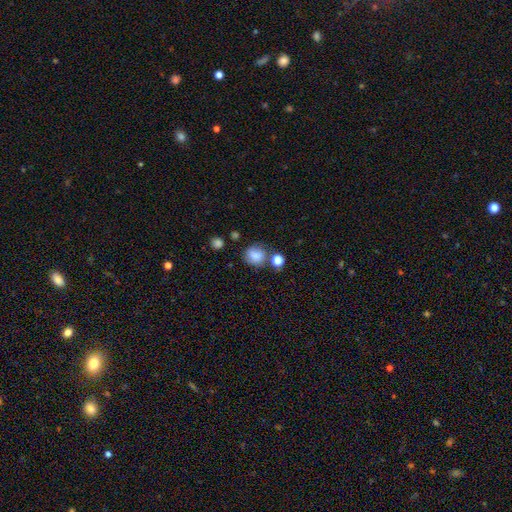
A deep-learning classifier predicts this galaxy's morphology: Smooth or featured? Predicted: smooth (p=0.78). How rounded? Predicted: round (p=0.77). Merging? Predicted: none (p=0.63).